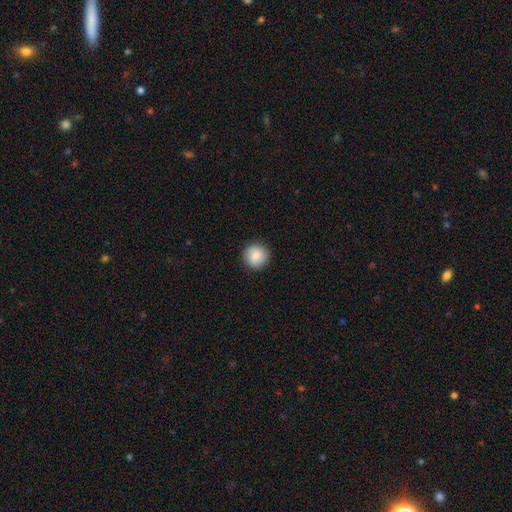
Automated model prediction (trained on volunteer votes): smooth-or-featured: smooth: 84% | featured or disk: 8% | star or artifact: 8%
  how-rounded: round: 95% | in between: 4% | cigar-shaped: 1%
  merging: none: 91% | minor disturbance: 6% | major disturbance: 2% | merger: 1%